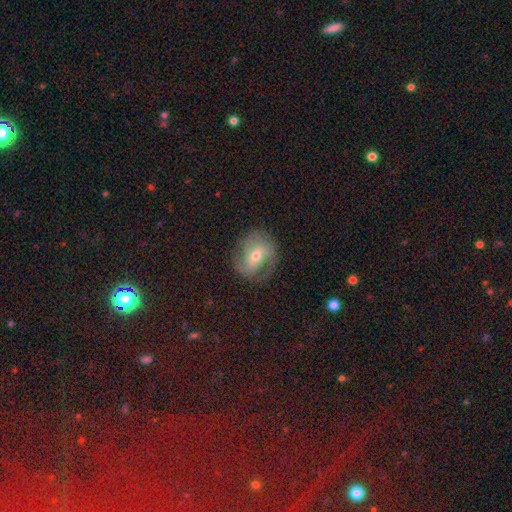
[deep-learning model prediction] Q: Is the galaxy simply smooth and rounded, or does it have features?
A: featured or disk — 74%.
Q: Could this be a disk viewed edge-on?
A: no — 97%.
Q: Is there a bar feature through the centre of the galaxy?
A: weak — 41%.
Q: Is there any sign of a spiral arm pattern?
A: yes — 91%.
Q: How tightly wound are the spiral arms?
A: medium — 45%.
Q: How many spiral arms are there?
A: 2 — 64%.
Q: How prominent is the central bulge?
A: moderate — 56%.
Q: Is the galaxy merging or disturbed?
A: none — 74%.